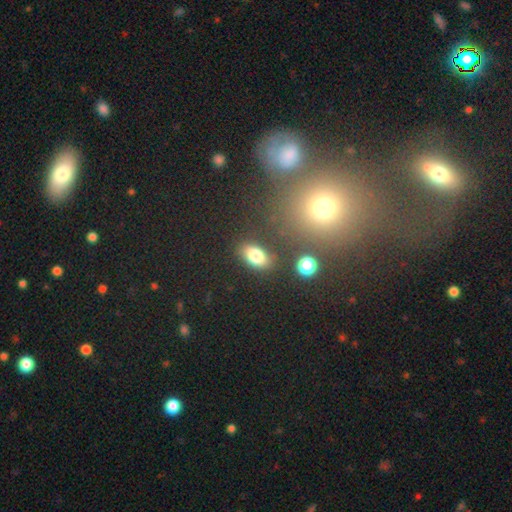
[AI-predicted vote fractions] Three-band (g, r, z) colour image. It shows a smooth galaxy with no disk features (81%) that is in between round and cigar-shaped (88%). Merging: none (81%).